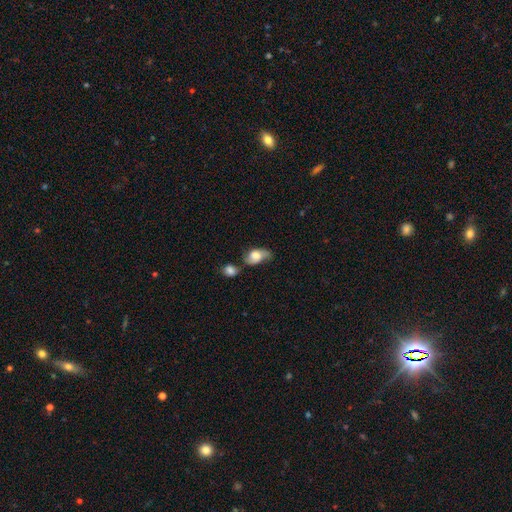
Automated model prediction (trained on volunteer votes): Overall: smooth (58%; featured or disk 34%). How rounded: in between (82%). Merging: none (39%; minor disturbance 29%).